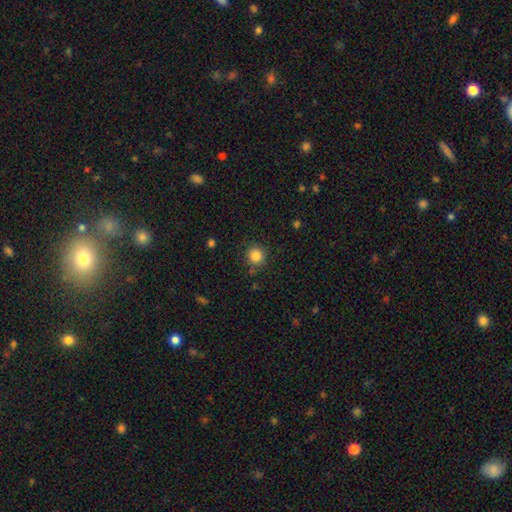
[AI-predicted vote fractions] smooth 84%, star or artifact 11%, featured or disk 5%. Down the decision tree: how rounded — round (92%); merging — none (87%).